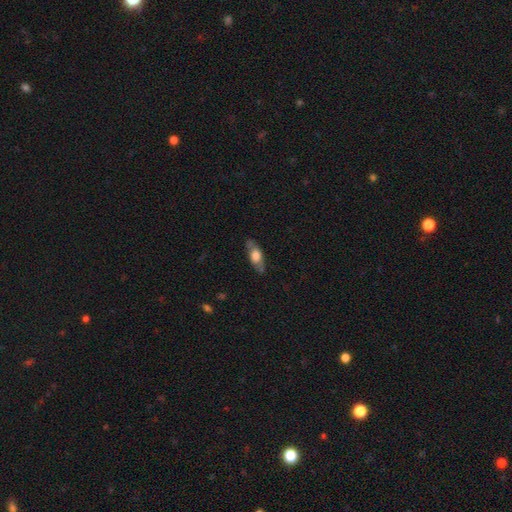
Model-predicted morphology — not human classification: Overall: smooth (54%; featured or disk 39%). How rounded: in between (69%). Merging: none (78%).